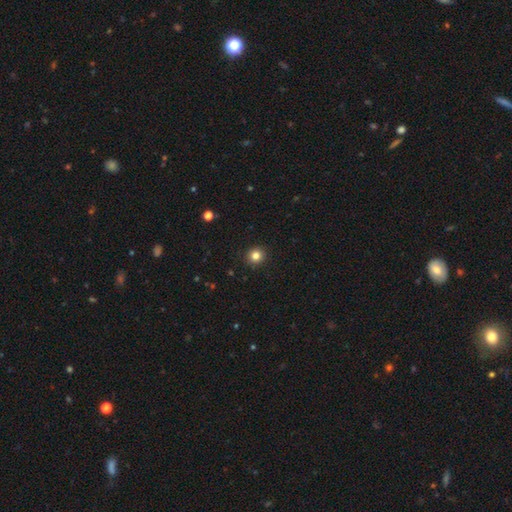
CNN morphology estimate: This appears to be a smooth galaxy with no disk features (83%) that is round (92%). Merging: none (92%).